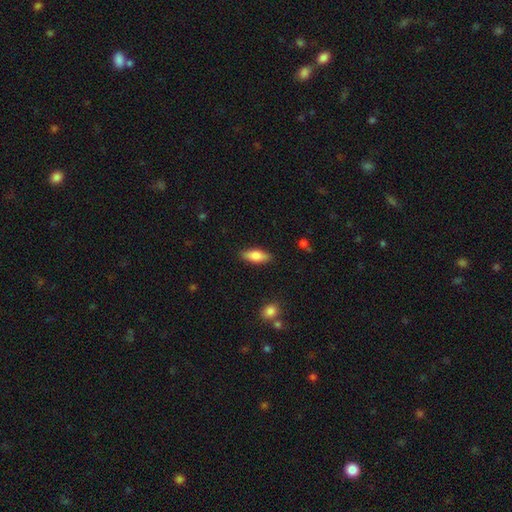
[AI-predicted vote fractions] This appears to be a smooth galaxy with no disk features (79%) that is in between round and cigar-shaped (76%). Merging: none (87%).